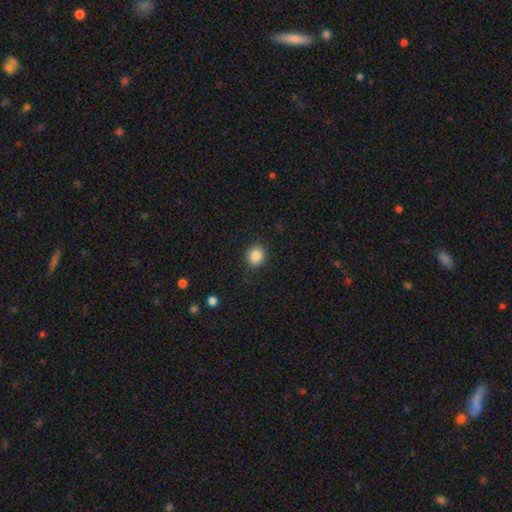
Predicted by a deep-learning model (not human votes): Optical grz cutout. It shows a smooth galaxy with no disk features (87%) that is round (84%). Merging: none (89%).